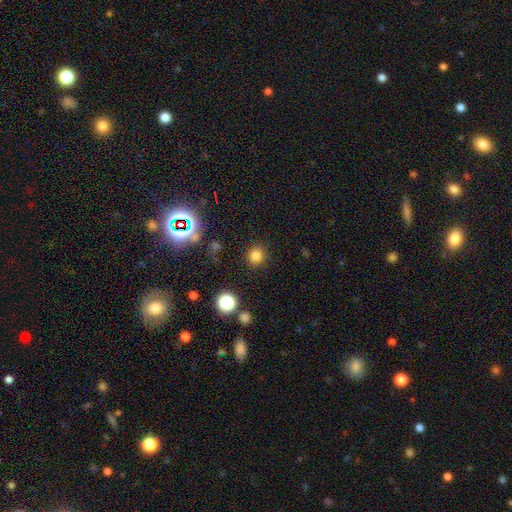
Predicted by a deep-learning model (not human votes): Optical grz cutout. It shows a smooth galaxy with no disk features (79%) that is round (89%). Merging: none (88%).